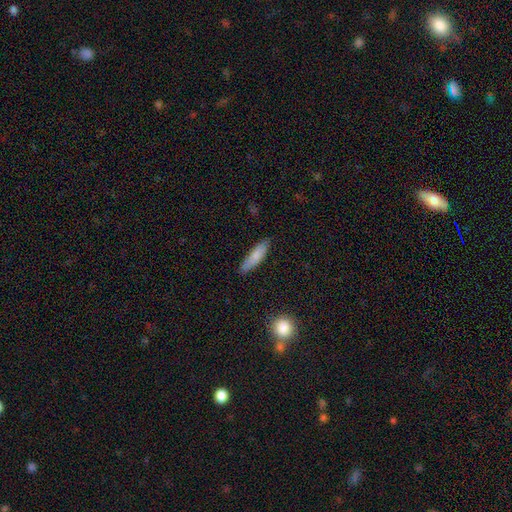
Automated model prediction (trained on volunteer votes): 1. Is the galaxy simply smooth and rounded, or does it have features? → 78% smooth, 16% featured or disk, 6% star or artifact.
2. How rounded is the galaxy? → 69% cigar-shaped, 29% in between, 2% round.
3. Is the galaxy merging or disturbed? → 83% none, 13% minor disturbance, 2% major disturbance, 1% merger.